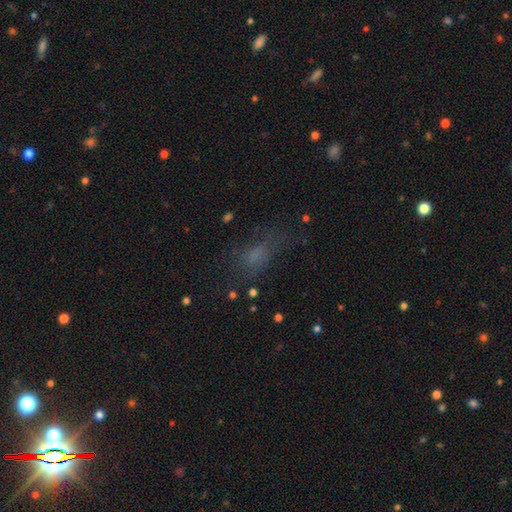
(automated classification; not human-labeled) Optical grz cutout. It shows a smooth galaxy with no disk features (57%) that is in between round and cigar-shaped (72%). Merging: none (53%).